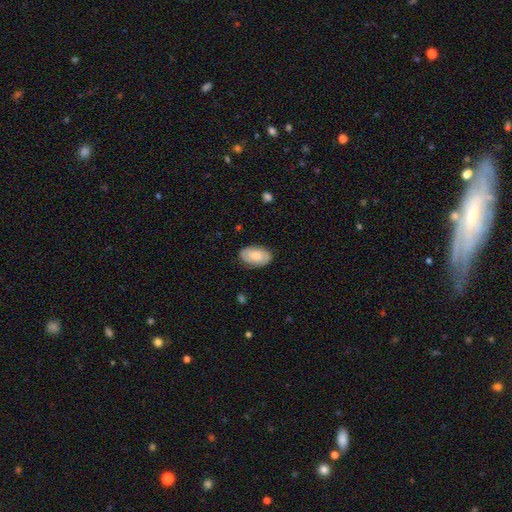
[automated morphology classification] smooth-or-featured: smooth: 65% | featured or disk: 28% | star or artifact: 7%
  how-rounded: in between: 94% | round: 5% | cigar-shaped: 1%
  merging: none: 83% | minor disturbance: 13% | major disturbance: 3% | merger: 1%